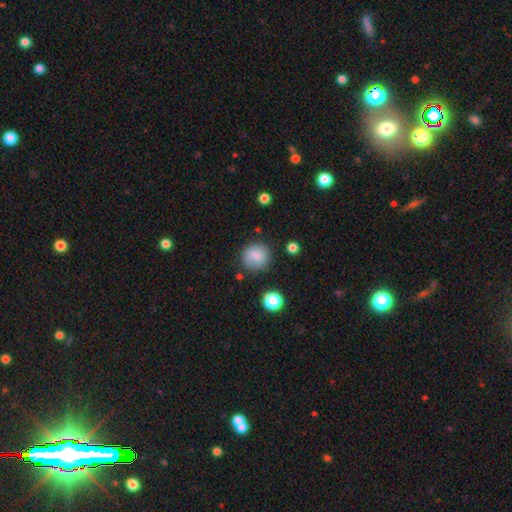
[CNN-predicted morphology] smooth_or_featured: smooth (p=0.82) [alt: star or artifact p=0.10]
how_rounded: round (p=0.90) [alt: in between p=0.09]
merging: none (p=0.81) [alt: minor disturbance p=0.12]